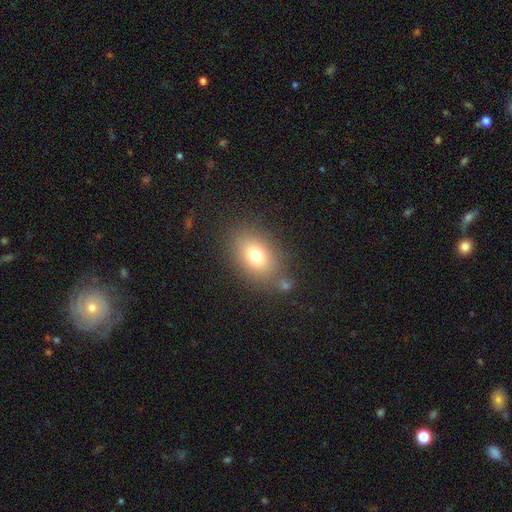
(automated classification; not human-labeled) Smooth or featured?
  - smooth: 76% *
  - featured or disk: 13%
  - star or artifact: 11%
How rounded?
  - in between: 79% *
  - round: 19%
  - cigar-shaped: 2%
Merging?
  - none: 75% *
  - minor disturbance: 13%
  - merger: 7%
  - major disturbance: 5%